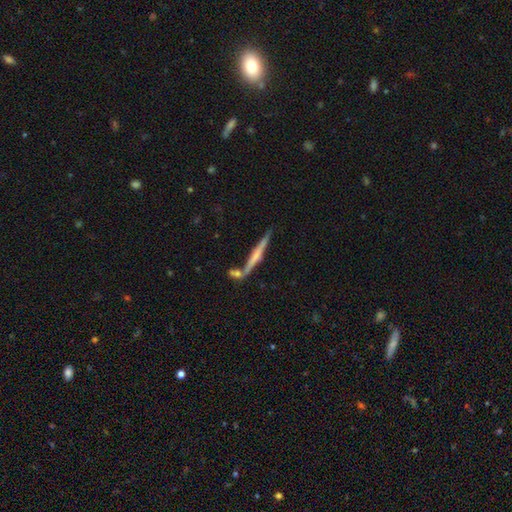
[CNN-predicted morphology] featured or disk 64%, smooth 29%, star or artifact 7%. Down the decision tree: edge-on disk — yes (96%); edge-on bulge — rounded (47%); merging — none (67%).